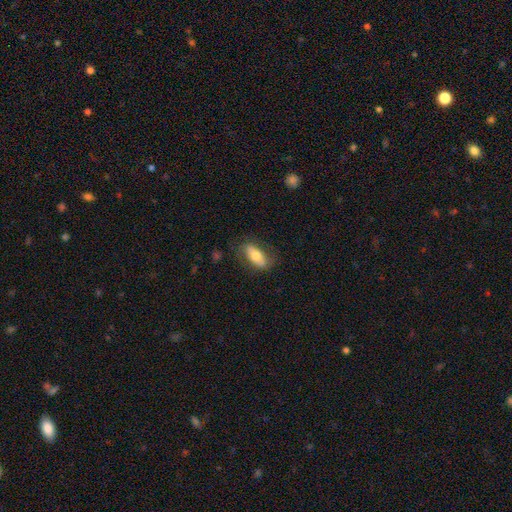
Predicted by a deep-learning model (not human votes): smooth 63%, featured or disk 31%, star or artifact 6%. Down the decision tree: how rounded — in between (80%); merging — none (74%).